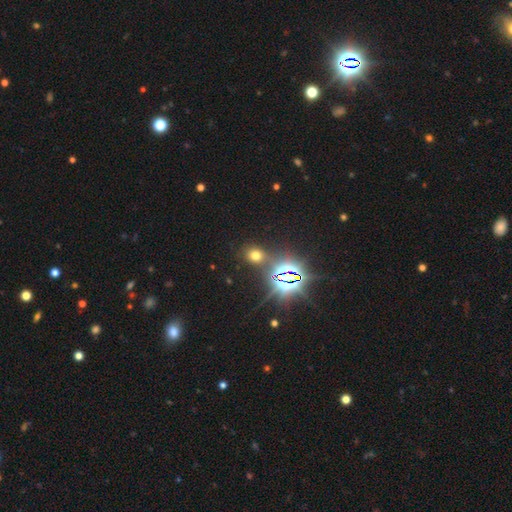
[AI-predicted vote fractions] The model was most divided on "smooth or featured": smooth: 53%, star or artifact: 39%, featured or disk: 8%. More confident: merging — none (78%); how rounded — round (65%).